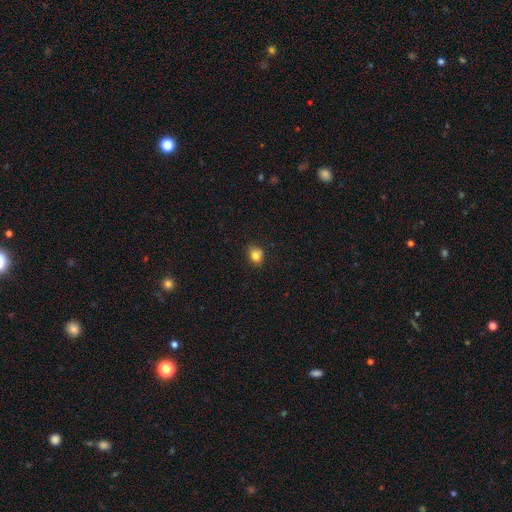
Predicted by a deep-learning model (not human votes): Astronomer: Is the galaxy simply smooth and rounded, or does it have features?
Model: smooth — 82%.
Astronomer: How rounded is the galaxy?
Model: round — 63%.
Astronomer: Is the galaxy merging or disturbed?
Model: none — 79%.